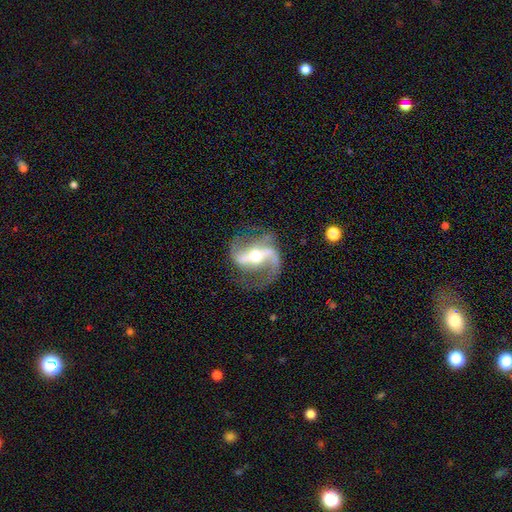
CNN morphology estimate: The model was most divided on "spiral winding": loose: 50%, medium: 41%, tight: 9%. More confident: spiral arms — yes (95%); edge-on disk — no (94%); smooth or featured — featured or disk (90%); spiral arm count — 2 (89%); merging — none (70%); bulge size — moderate (65%); bar — strong (64%).